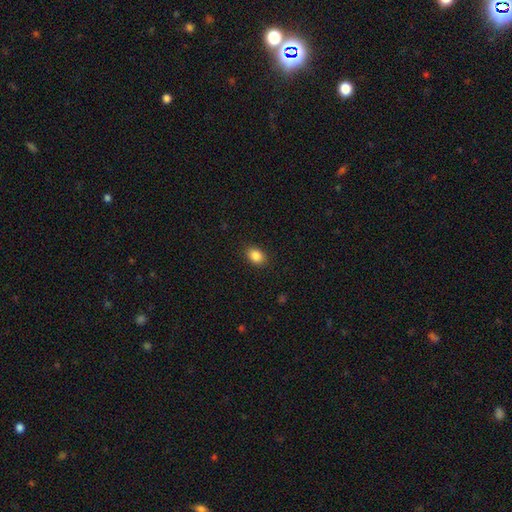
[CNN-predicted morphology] Smooth or featured? Predicted: smooth (p=0.86). How rounded? Predicted: in between (p=0.73). Merging? Predicted: none (p=0.89).